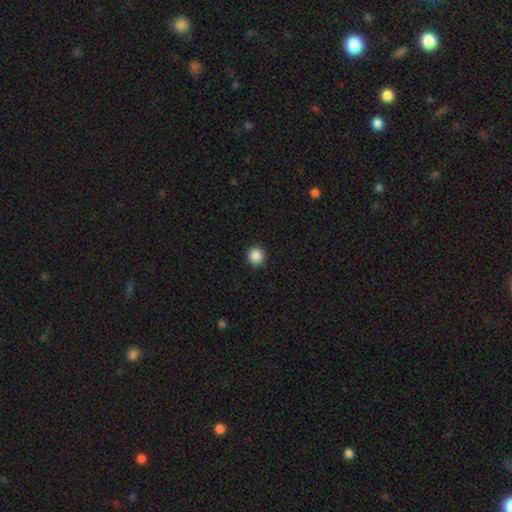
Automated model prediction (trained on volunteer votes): Overall: smooth (88%). How rounded: round (96%). Merging: none (93%).